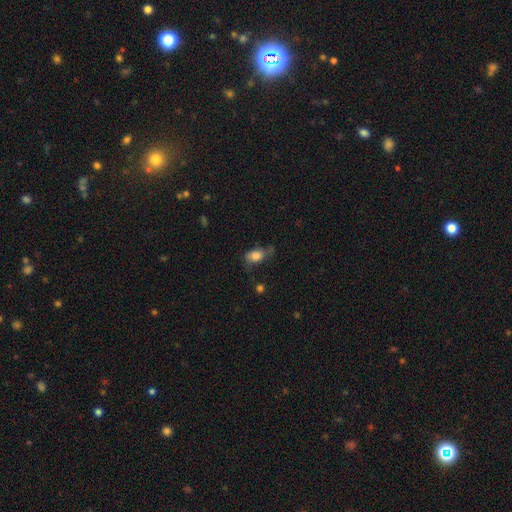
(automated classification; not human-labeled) This appears to be a smooth galaxy with no disk features (78%) that is in between round and cigar-shaped (80%). Merging: none (45%).